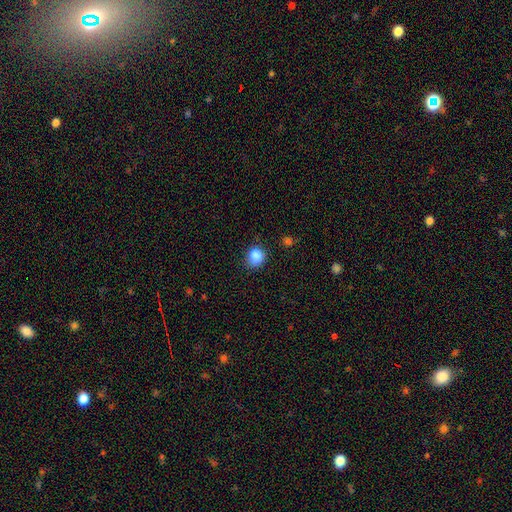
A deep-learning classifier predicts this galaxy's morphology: A smooth galaxy with no disk features (86%) that is round (75%). Merging: none (76%).